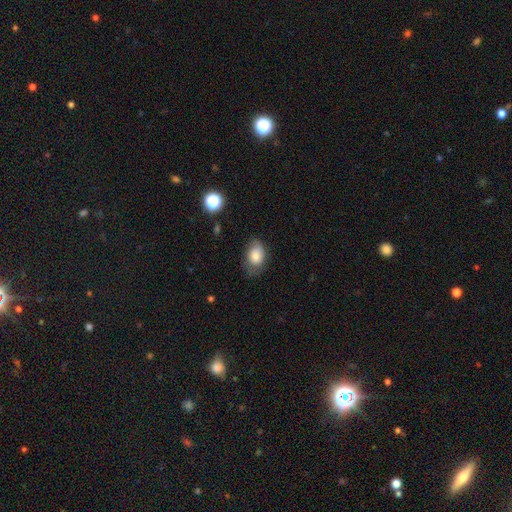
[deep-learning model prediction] A smooth galaxy with no disk features (80%) that is in between round and cigar-shaped (84%).

Vote fractions:
- Smooth or featured? smooth: 80% / featured or disk: 12% / star or artifact: 8%
- How rounded? in between: 84% / round: 15% / cigar-shaped: 1%
- Merging? none: 61% / minor disturbance: 27% / major disturbance: 10% / merger: 2%